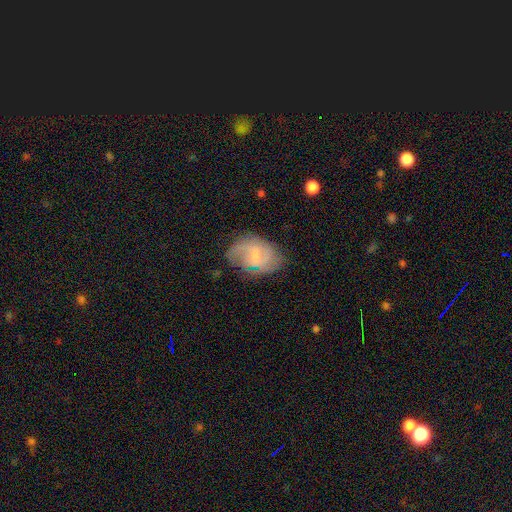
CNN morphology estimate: This is likely a featured or disk galaxy (64%). It is clearly not viewed edge-on (97%). Bar: possibly weak (60%). Spiral arm pattern: clearly yes (83%). Spiral arm count: marginally 2 (44%). Spiral winding: marginally medium (42%). Central bulge: possibly small (55%). Merging: likely none (61%).